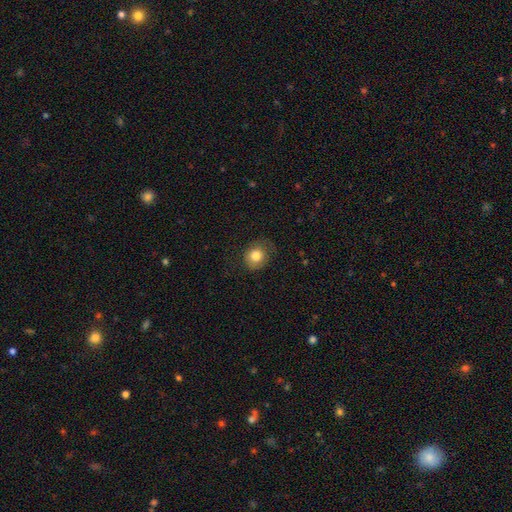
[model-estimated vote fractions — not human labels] Smooth or featured: smooth — 81% (featured or disk — 10%)
How rounded: round — 75% (in between — 24%)
Merging: none — 72% (minor disturbance — 19%)